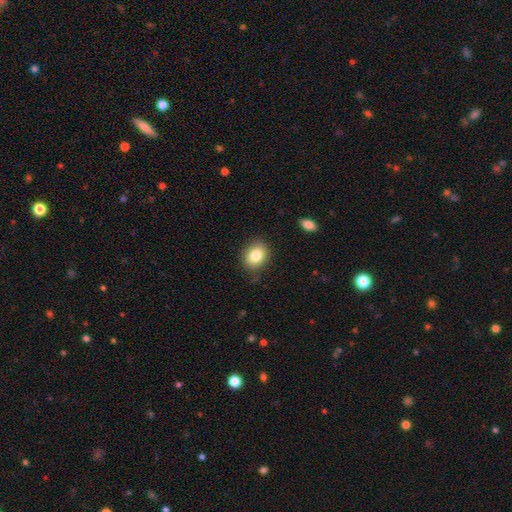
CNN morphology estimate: smooth 82%, star or artifact 9%, featured or disk 9%. Down the decision tree: how rounded — round (55%); merging — none (83%).